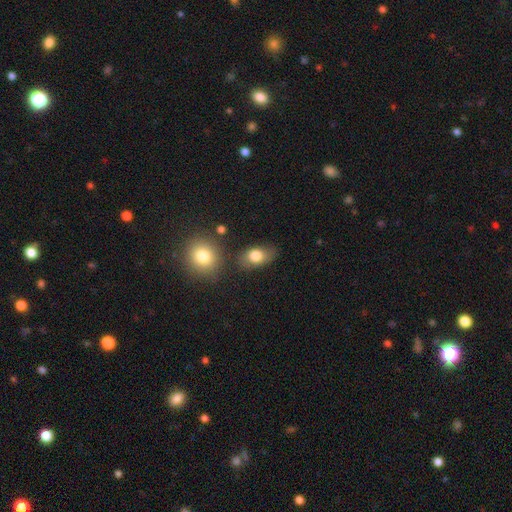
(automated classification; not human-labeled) smooth_or_featured: smooth (p=0.79) [alt: featured or disk p=0.12]
how_rounded: in between (p=0.84) [alt: round p=0.14]
merging: none (p=0.69) [alt: minor disturbance p=0.18]